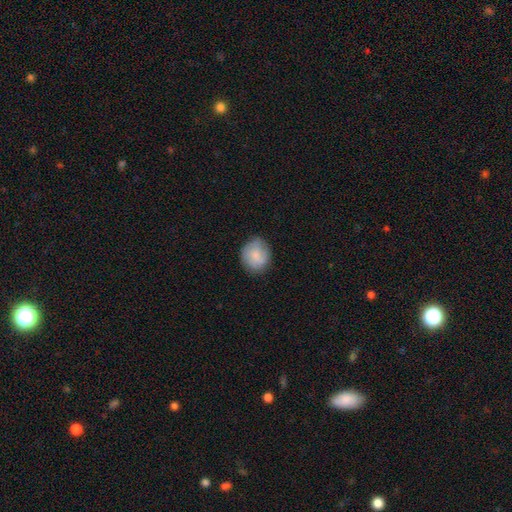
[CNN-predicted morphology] A smooth galaxy with no disk features (72%) that is round (74%).

Vote fractions:
- Smooth or featured? smooth: 72% / featured or disk: 21% / star or artifact: 7%
- How rounded? round: 74% / in between: 26% / cigar-shaped: 1%
- Merging? none: 76% / minor disturbance: 18% / major disturbance: 5% / merger: 1%